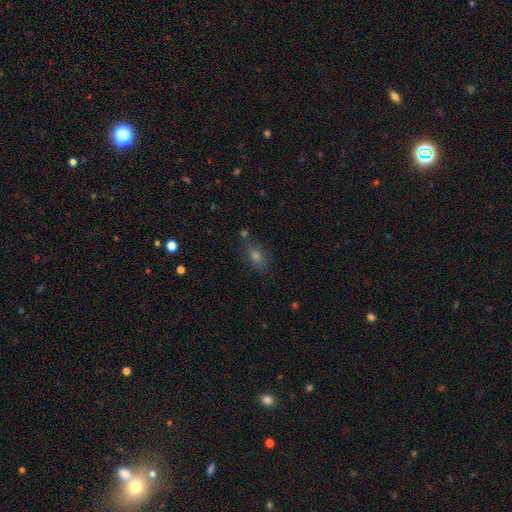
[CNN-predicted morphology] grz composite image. It shows a smooth galaxy with no disk features (62%) that is in between round and cigar-shaped (75%). Merging: none (79%).